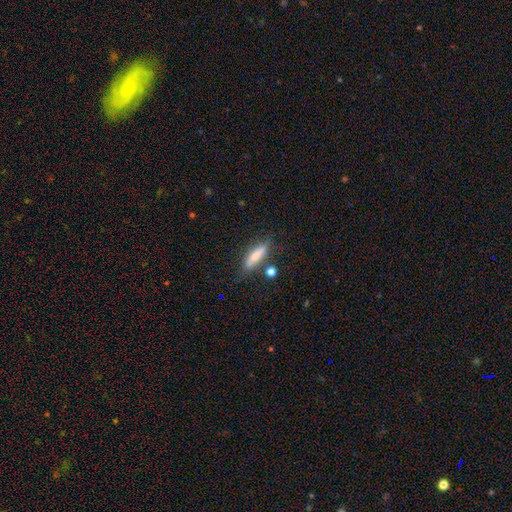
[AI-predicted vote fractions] Smooth or featured: smooth — 61% (featured or disk — 31%)
How rounded: cigar-shaped — 71% (in between — 27%)
Merging: none — 71% (minor disturbance — 18%)